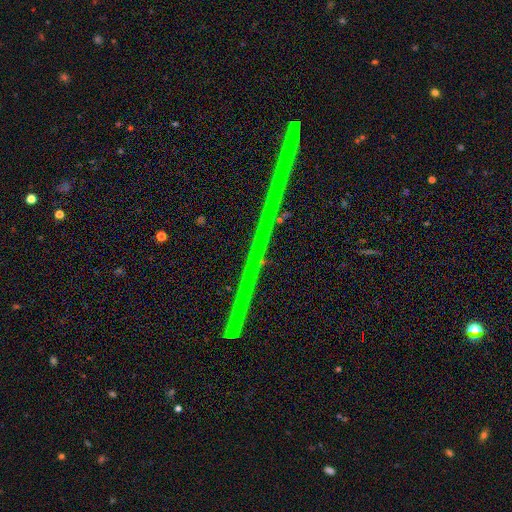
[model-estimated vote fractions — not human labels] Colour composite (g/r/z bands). It shows a star or artifact, not a galaxy (77%).